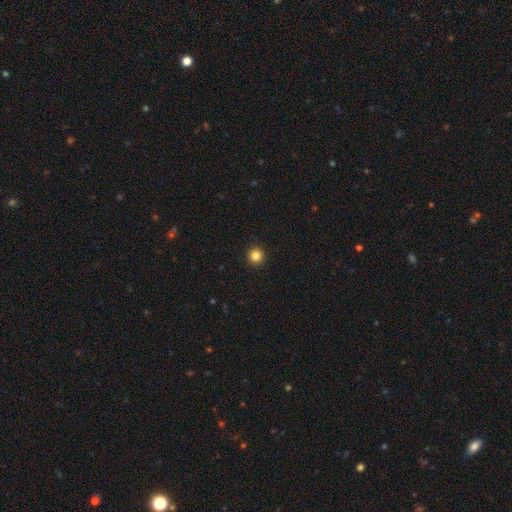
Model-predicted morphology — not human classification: This appears to be a smooth galaxy with no disk features (85%) that is round (96%). Merging: none (94%).